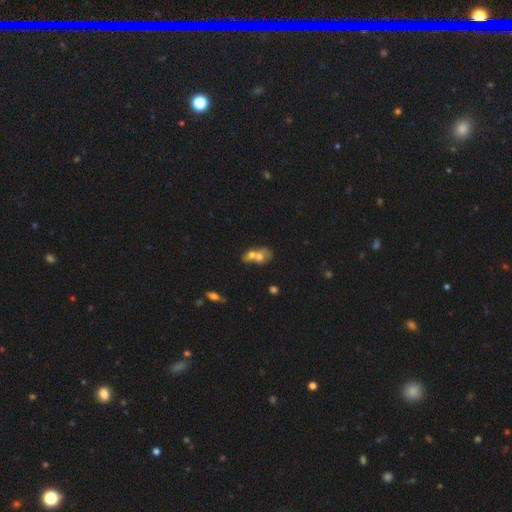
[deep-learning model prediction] smooth 56%, featured or disk 32%, star or artifact 12%. Down the decision tree: how rounded — in between (62%); merging — merger (72%).